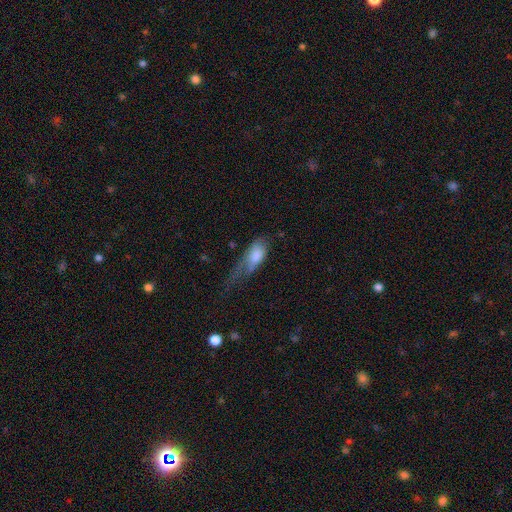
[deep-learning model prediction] Smooth or featured: smooth — 71% (featured or disk — 22%)
How rounded: in between — 79% (cigar-shaped — 17%)
Merging: major disturbance — 51% (minor disturbance — 27%)